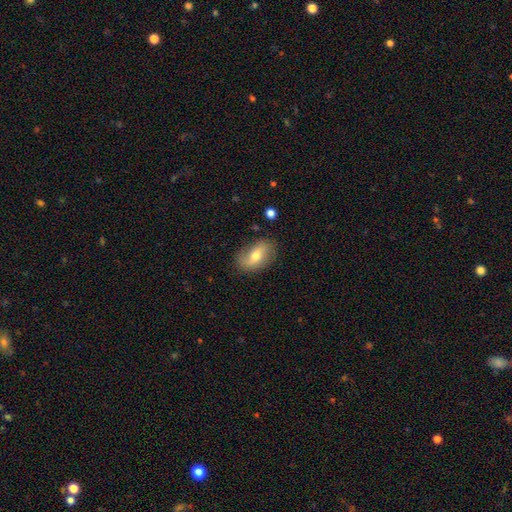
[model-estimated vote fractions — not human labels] smooth 50%, featured or disk 42%, star or artifact 8%. Down the decision tree: how rounded — in between (86%); merging — none (77%).